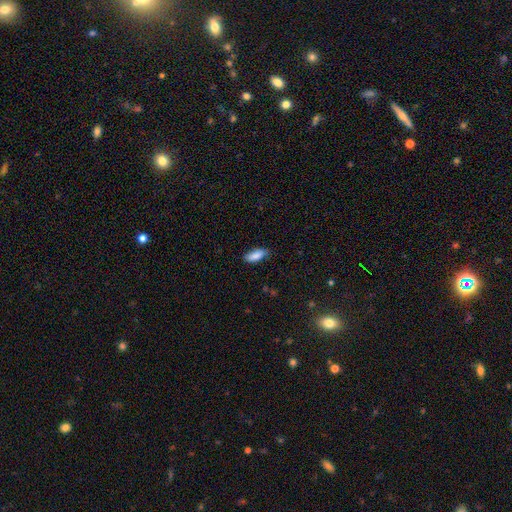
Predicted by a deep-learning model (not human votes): The model was most divided on "how rounded": in between: 75%, cigar-shaped: 23%, round: 2%. More confident: smooth or featured — smooth (86%); merging — none (80%).